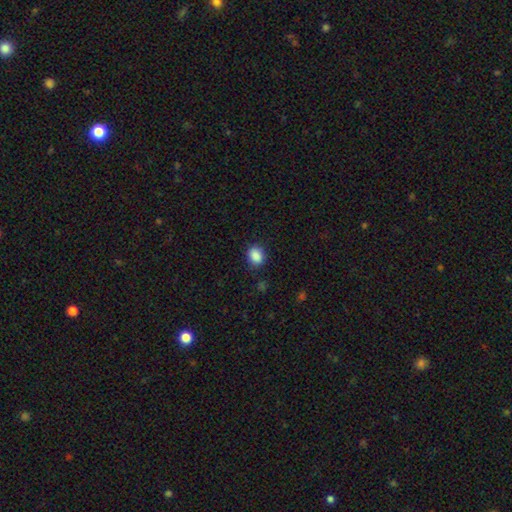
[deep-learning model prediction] This appears to be a smooth galaxy with no disk features (88%) that is in between round and cigar-shaped (53%). Merging: none (85%).